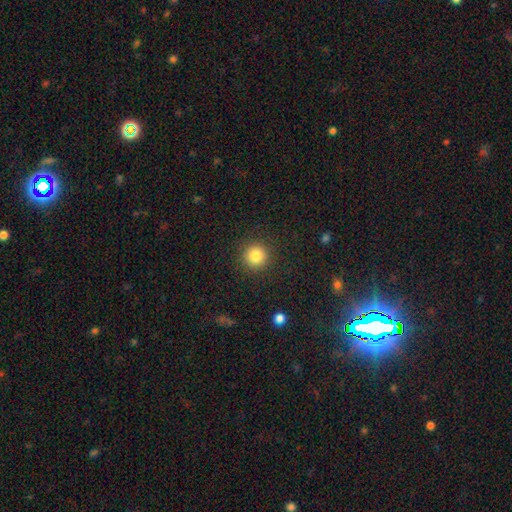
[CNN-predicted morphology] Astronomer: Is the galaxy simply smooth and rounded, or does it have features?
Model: smooth — 83%.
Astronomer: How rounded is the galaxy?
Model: round — 95%.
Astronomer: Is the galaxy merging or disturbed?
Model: none — 91%.